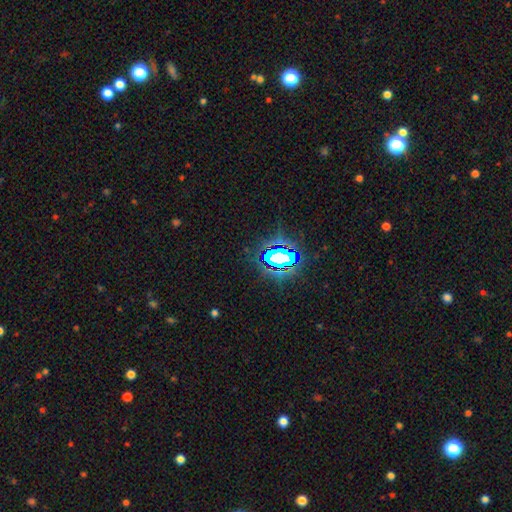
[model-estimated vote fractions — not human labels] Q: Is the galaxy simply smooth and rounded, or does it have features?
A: star or artifact — 79%.